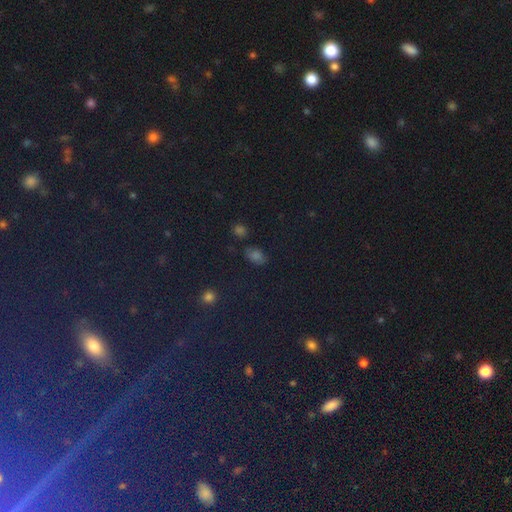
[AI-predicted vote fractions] Q: Smooth or featured?
A: star or artifact (62%); runner-up: smooth (29%)